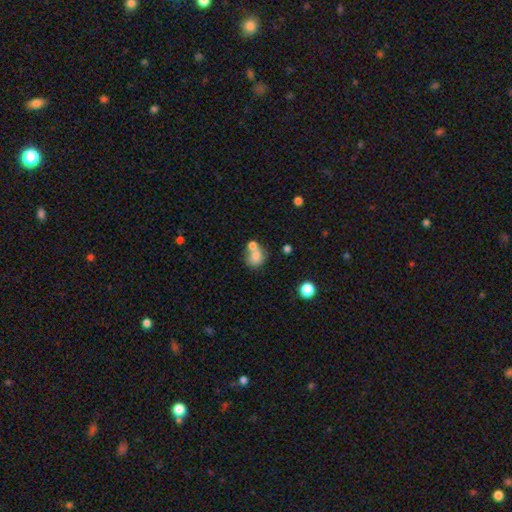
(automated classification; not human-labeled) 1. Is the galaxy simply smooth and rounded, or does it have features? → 75% smooth, 14% featured or disk, 11% star or artifact.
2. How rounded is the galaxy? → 64% round, 35% in between, 1% cigar-shaped.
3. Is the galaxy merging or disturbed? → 49% merger, 34% none, 11% minor disturbance, 6% major disturbance.